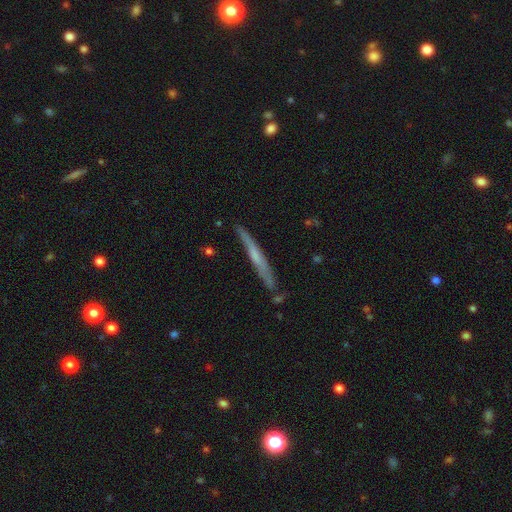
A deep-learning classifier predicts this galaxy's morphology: A featured or disk galaxy (54%) viewed edge-on (95%) with no central bulge (65%).

Vote fractions:
- Smooth or featured? featured or disk: 54% / smooth: 41% / star or artifact: 6%
- Edge-on disk? yes: 95% / no: 5%
- Edge-on bulge? none: 65% / rounded: 26% / boxy: 9%
- Merging? none: 84% / minor disturbance: 12% / merger: 3% / major disturbance: 2%